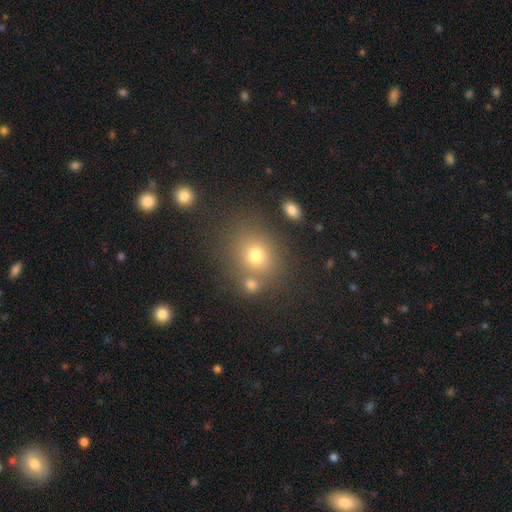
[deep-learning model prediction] This is likely a smooth galaxy (71%). How rounded: likely round (72%). Merging: likely none (69%).